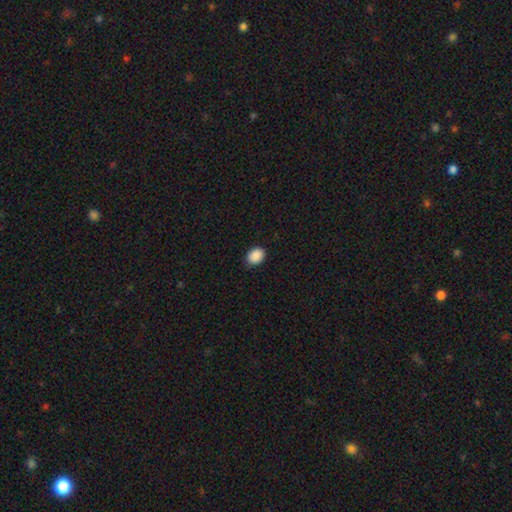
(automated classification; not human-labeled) A smooth galaxy with no disk features (90%) that is in between round and cigar-shaped (70%). Merging: none (85%).